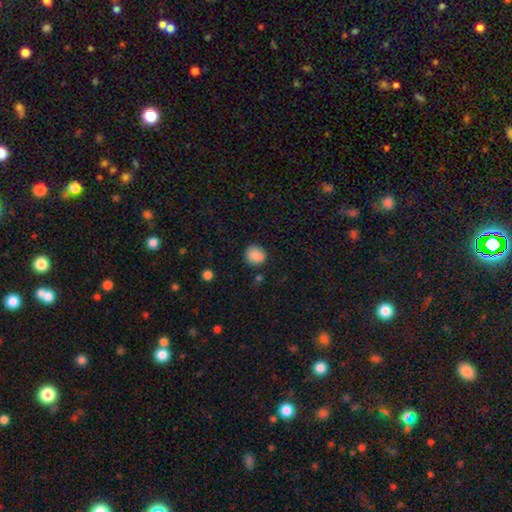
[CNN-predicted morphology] Smooth or featured?
  - smooth: 87% *
  - star or artifact: 9%
  - featured or disk: 4%
How rounded?
  - round: 81% *
  - in between: 18%
  - cigar-shaped: 1%
Merging?
  - none: 79% *
  - minor disturbance: 14%
  - major disturbance: 4%
  - merger: 3%